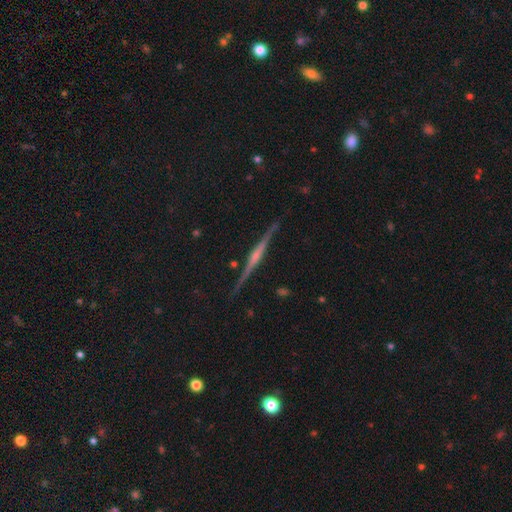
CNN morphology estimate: This appears to be a featured or disk galaxy (83%) viewed edge-on (98%) with a rounded central bulge (61%). Merging: none (89%).